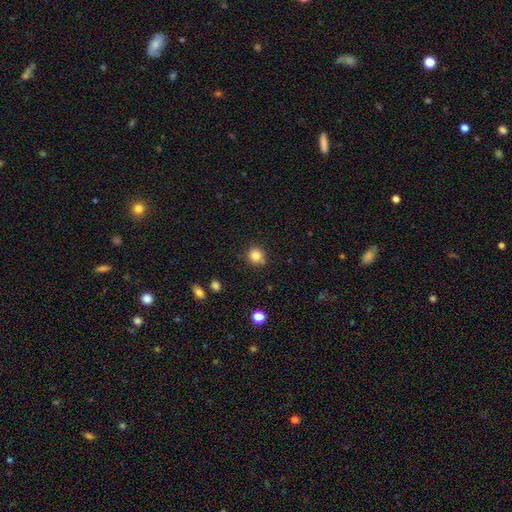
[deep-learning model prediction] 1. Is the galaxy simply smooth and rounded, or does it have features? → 83% smooth, 12% star or artifact, 6% featured or disk.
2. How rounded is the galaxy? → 90% round, 9% in between, 1% cigar-shaped.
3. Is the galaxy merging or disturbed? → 82% none, 11% minor disturbance, 5% merger, 3% major disturbance.